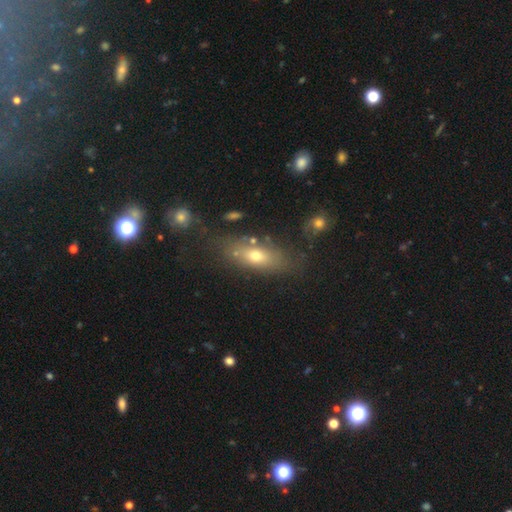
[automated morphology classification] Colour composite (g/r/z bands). It shows a smooth galaxy with no disk features (62%) that is in between round and cigar-shaped (72%). Merging: none (67%).